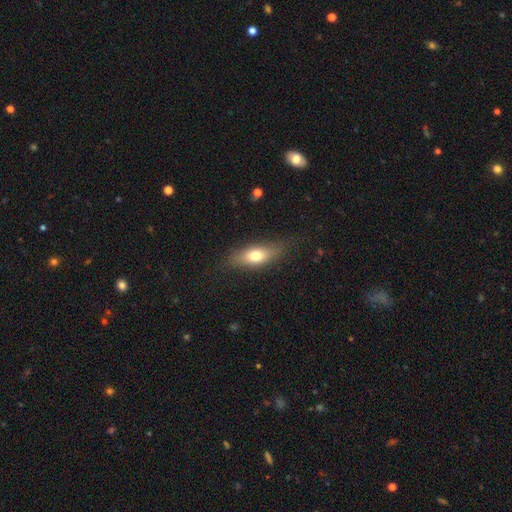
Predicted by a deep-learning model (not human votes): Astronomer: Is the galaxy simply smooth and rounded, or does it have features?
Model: smooth — 68%.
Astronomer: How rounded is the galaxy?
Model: in between — 69%.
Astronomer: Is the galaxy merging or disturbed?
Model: none — 76%.